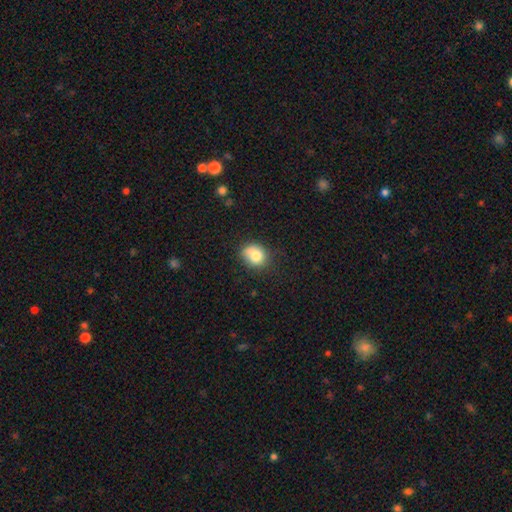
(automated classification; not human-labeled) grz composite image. It shows a smooth galaxy with no disk features (80%) that is round (67%). Merging: none (65%).